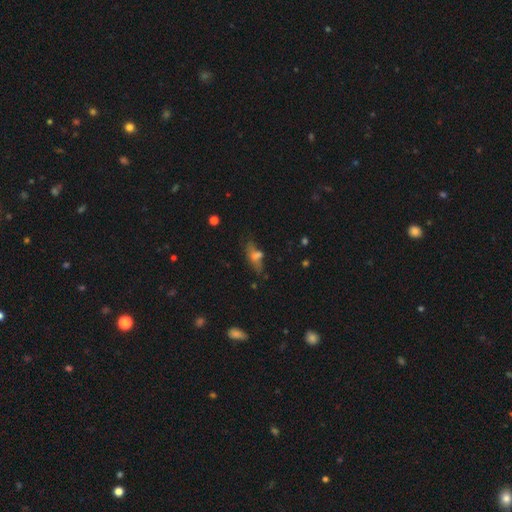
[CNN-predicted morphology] Q: Smooth or featured?
A: smooth (53%); runner-up: featured or disk (32%)
Q: How rounded?
A: in between (66%); runner-up: cigar-shaped (28%)
Q: Merging?
A: none (50%); runner-up: minor disturbance (23%)